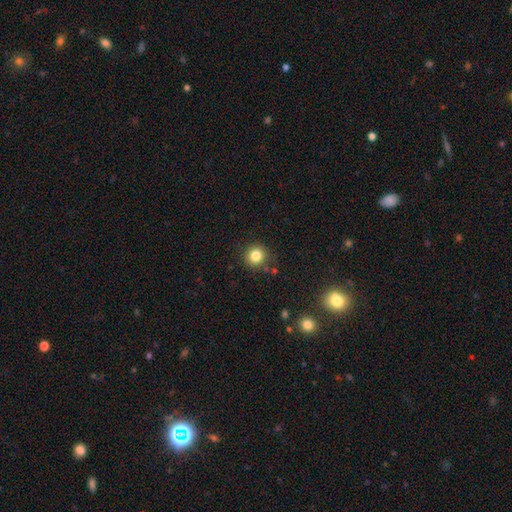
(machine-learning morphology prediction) Smooth or featured: smooth — 83% (star or artifact — 12%)
How rounded: round — 92% (in between — 7%)
Merging: none — 87% (minor disturbance — 8%)